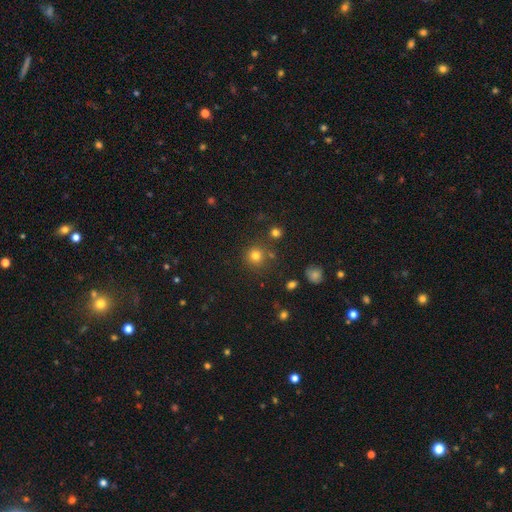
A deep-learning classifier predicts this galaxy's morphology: Smooth or featured?
  - smooth: 78% *
  - star or artifact: 16%
  - featured or disk: 6%
How rounded?
  - round: 93% *
  - in between: 6%
  - cigar-shaped: 1%
Merging?
  - none: 82% *
  - minor disturbance: 8%
  - merger: 7%
  - major disturbance: 3%